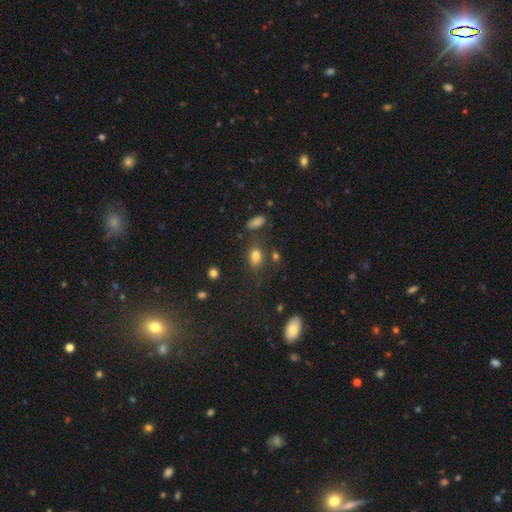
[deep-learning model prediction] This is likely a smooth galaxy (78%). How rounded: likely in between (78%). Merging: likely none (69%).